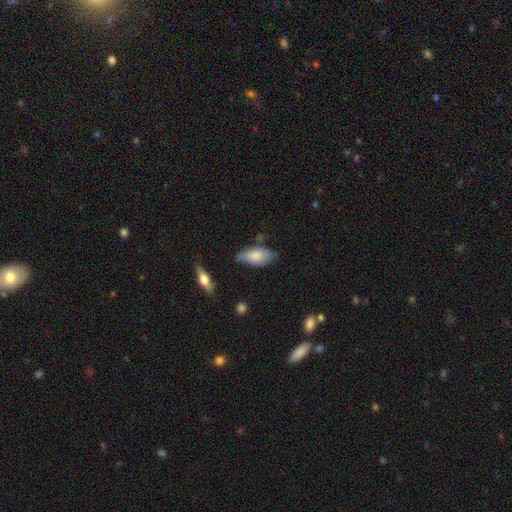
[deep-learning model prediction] This appears to be a smooth galaxy with no disk features (78%) that is in between round and cigar-shaped (87%). Merging: none (65%).